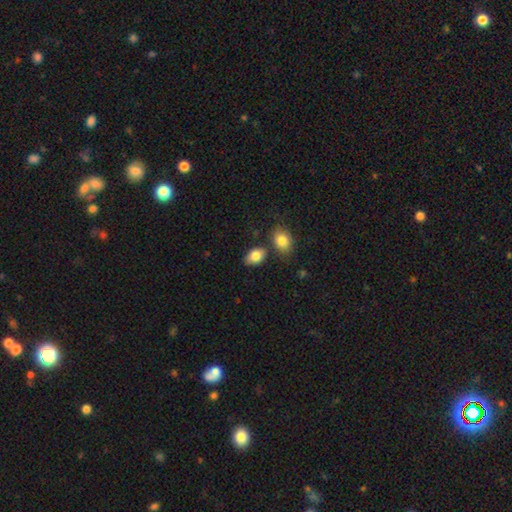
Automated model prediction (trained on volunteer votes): A smooth galaxy with no disk features (84%) that is in between round and cigar-shaped (86%).

Vote fractions:
- Smooth or featured? smooth: 84% / featured or disk: 8% / star or artifact: 8%
- How rounded? in between: 86% / round: 13% / cigar-shaped: 1%
- Merging? none: 71% / minor disturbance: 15% / merger: 11% / major disturbance: 3%